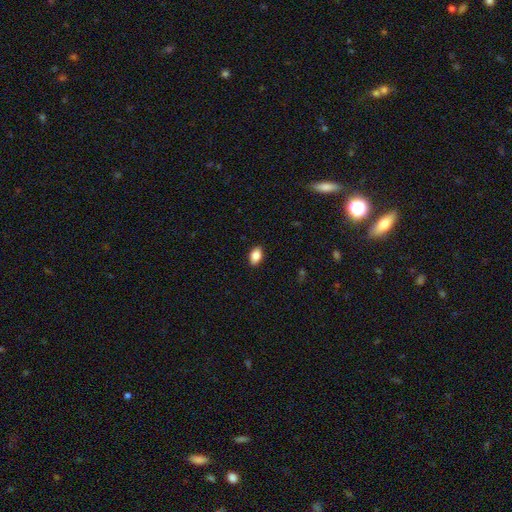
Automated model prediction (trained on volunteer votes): Smooth or featured? Predicted: smooth (p=0.86). How rounded? Predicted: in between (p=0.89). Merging? Predicted: none (p=0.89).